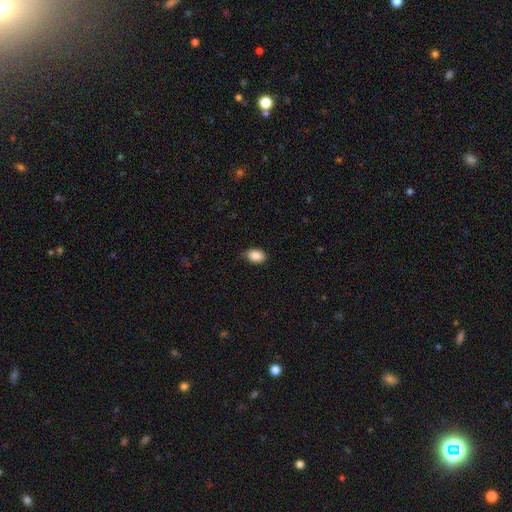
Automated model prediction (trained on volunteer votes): The model was most divided on "merging": none: 78%, minor disturbance: 19%, major disturbance: 3%, merger: 1%. More confident: smooth or featured — smooth (89%); how rounded — in between (82%).